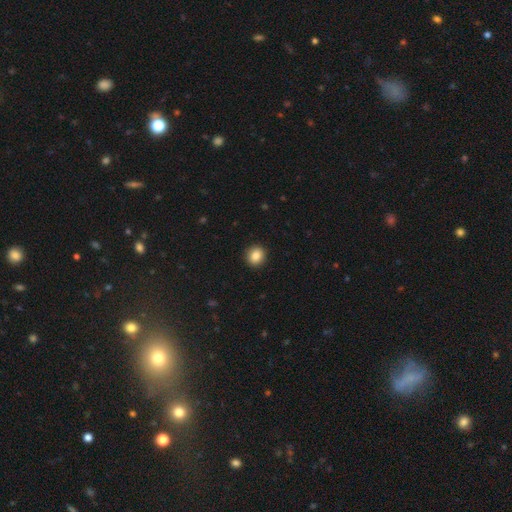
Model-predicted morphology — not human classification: Smooth or featured? smooth (86%)
How rounded? round (85%)
Merging? none (92%)